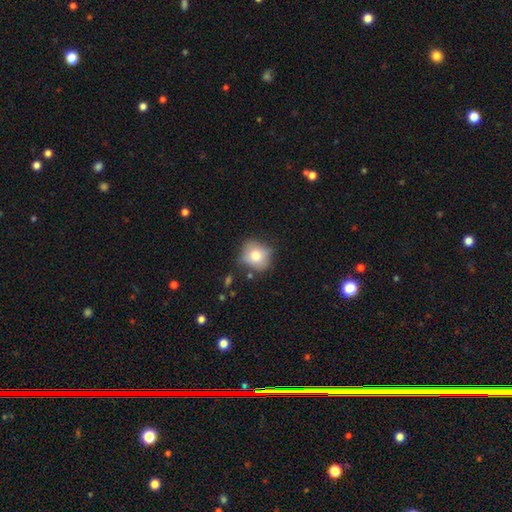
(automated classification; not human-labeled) Smooth or featured?
  - smooth: 75% *
  - featured or disk: 16%
  - star or artifact: 9%
How rounded?
  - round: 79% *
  - in between: 20%
  - cigar-shaped: 1%
Merging?
  - none: 67% *
  - minor disturbance: 23%
  - major disturbance: 6%
  - merger: 4%